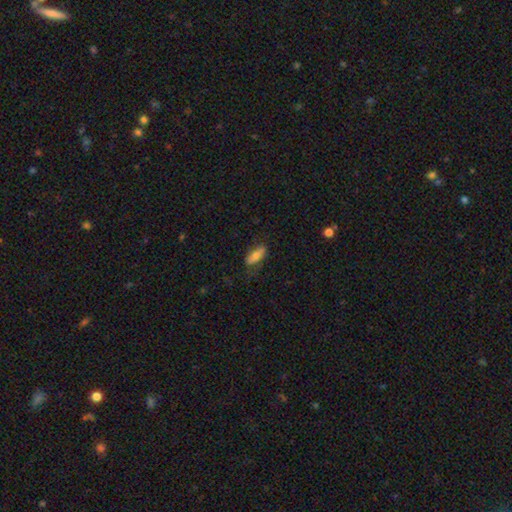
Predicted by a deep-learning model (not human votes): This is likely a smooth galaxy (69%). How rounded: likely in between (72%). Merging: likely none (67%).